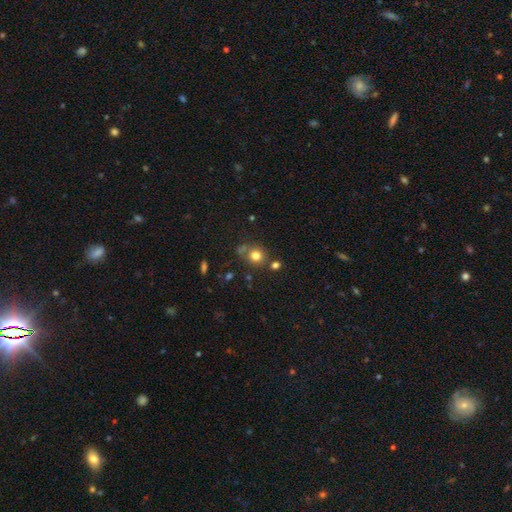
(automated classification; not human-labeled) smooth-or-featured: smooth: 77% | star or artifact: 14% | featured or disk: 9%
  how-rounded: round: 84% | in between: 15% | cigar-shaped: 1%
  merging: none: 69% | merger: 13% | minor disturbance: 12% | major disturbance: 5%